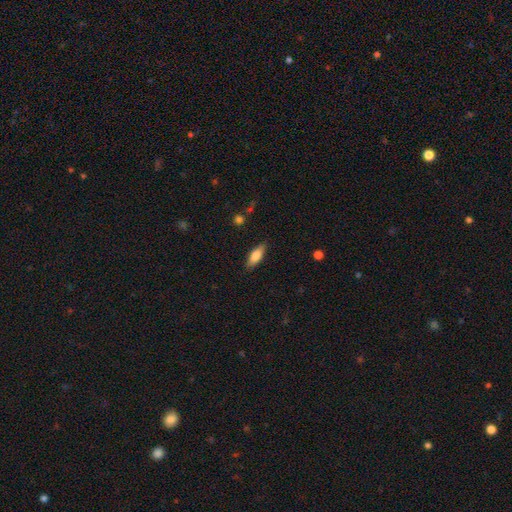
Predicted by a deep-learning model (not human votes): Smooth or featured? Predicted: smooth (p=0.78). How rounded? Predicted: in between (p=0.69). Merging? Predicted: none (p=0.85).